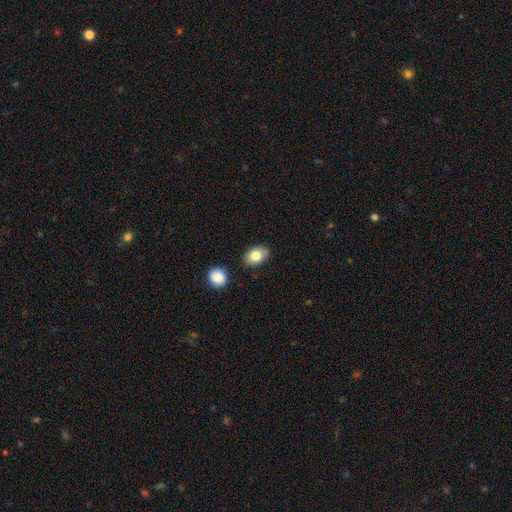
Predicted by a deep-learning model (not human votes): smooth-or-featured: smooth: 81% | featured or disk: 11% | star or artifact: 8%
  how-rounded: in between: 83% | round: 16% | cigar-shaped: 1%
  merging: none: 80% | minor disturbance: 13% | merger: 5% | major disturbance: 3%